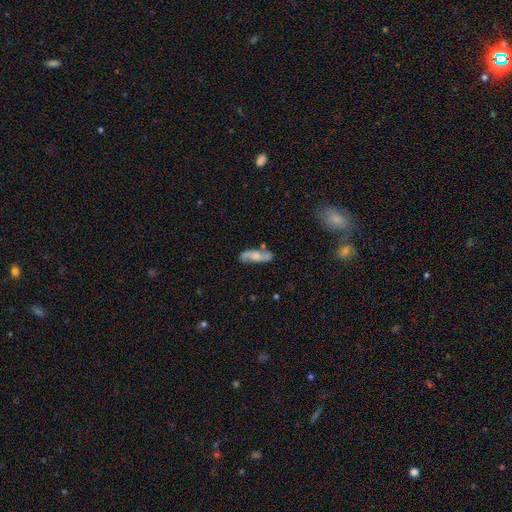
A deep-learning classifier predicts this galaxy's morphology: smooth_or_featured: featured or disk (p=0.53) [alt: smooth p=0.40]
disk_edge_on: no (p=0.80) [alt: yes p=0.20]
merging: none (p=0.67) [alt: minor disturbance p=0.19]